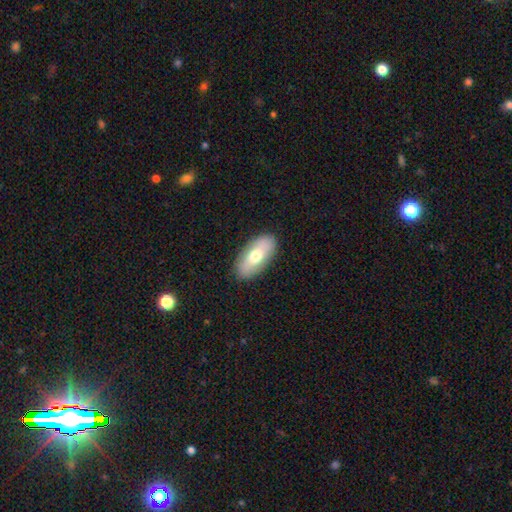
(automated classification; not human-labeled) Smooth or featured? Predicted: smooth (p=0.68). How rounded? Predicted: in between (p=0.91). Merging? Predicted: none (p=0.88).